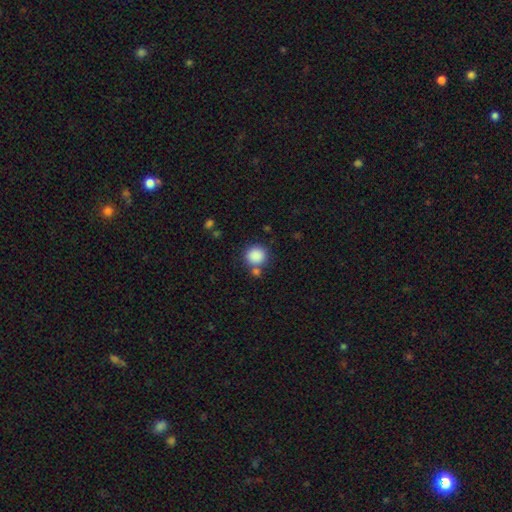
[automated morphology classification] type=smooth (87%); roundness=round (90%); merging=none (73%).